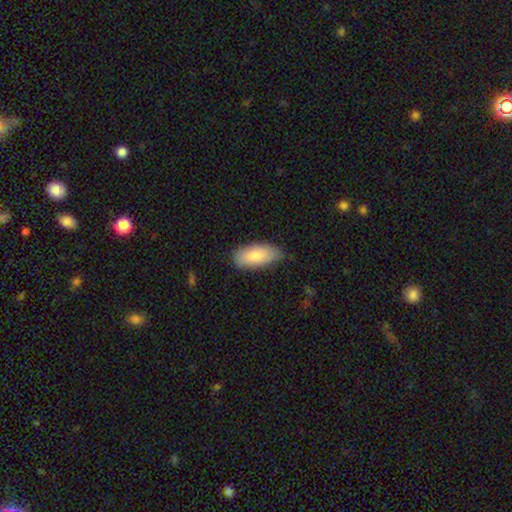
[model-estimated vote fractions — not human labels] This is clearly a smooth galaxy (85%). How rounded: clearly in between (90%). Merging: likely none (74%).